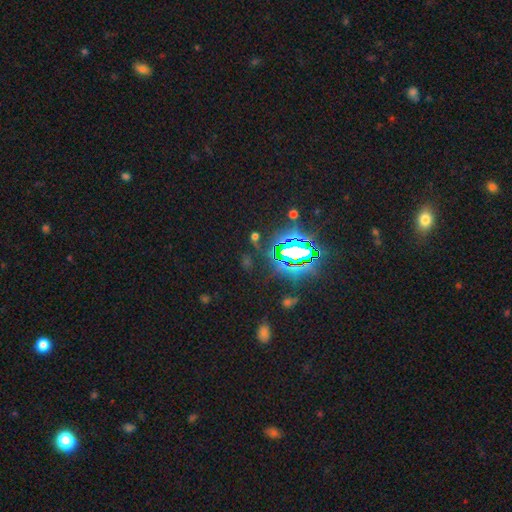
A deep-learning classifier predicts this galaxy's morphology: smooth-or-featured: star or artifact: 82% | smooth: 11% | featured or disk: 7%